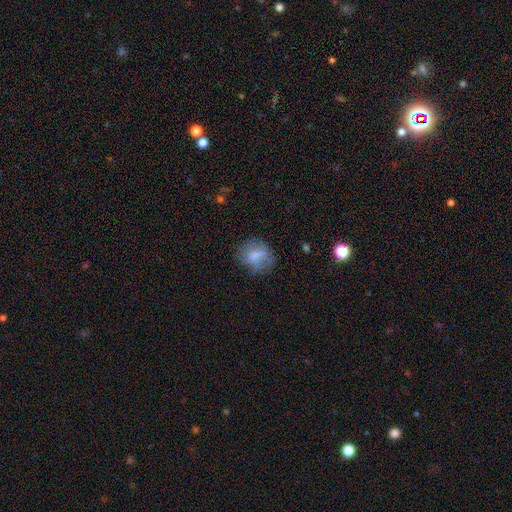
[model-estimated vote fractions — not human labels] A smooth galaxy with no disk features (62%) that is round (57%).

Vote fractions:
- Smooth or featured? smooth: 62% / featured or disk: 28% / star or artifact: 11%
- How rounded? round: 57% / in between: 41% / cigar-shaped: 2%
- Merging? none: 58% / minor disturbance: 24% / major disturbance: 15% / merger: 3%